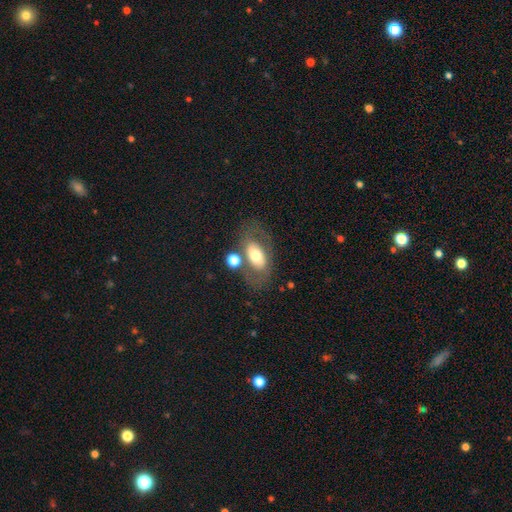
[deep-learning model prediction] A smooth galaxy with no disk features (51%) that is in between round and cigar-shaped (88%). Merging: none (58%).